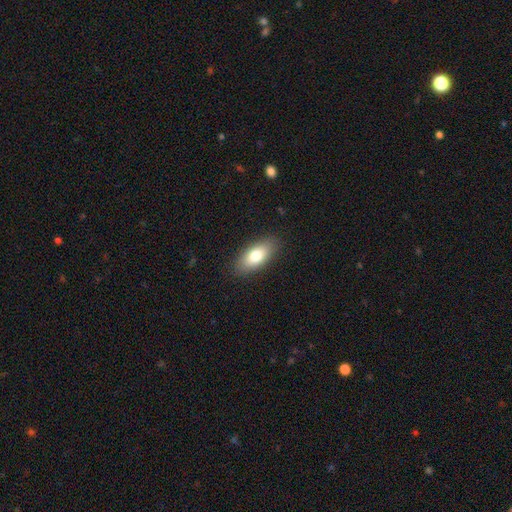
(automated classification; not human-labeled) Q: Smooth or featured?
A: smooth (78%); runner-up: featured or disk (15%)
Q: How rounded?
A: in between (85%); runner-up: cigar-shaped (12%)
Q: Merging?
A: none (88%); runner-up: minor disturbance (9%)